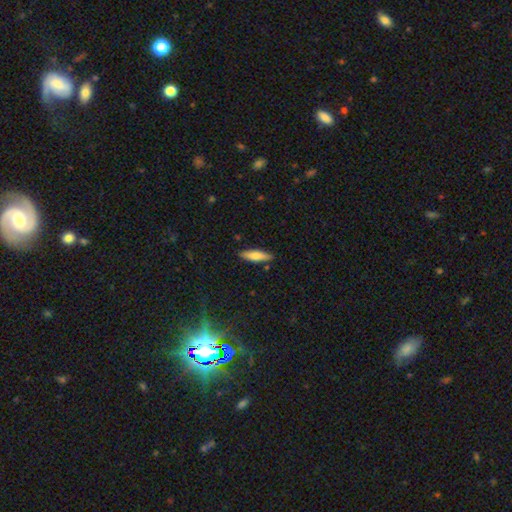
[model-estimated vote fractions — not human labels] This is likely a smooth galaxy (73%). How rounded: likely cigar-shaped (64%). Merging: clearly none (87%).